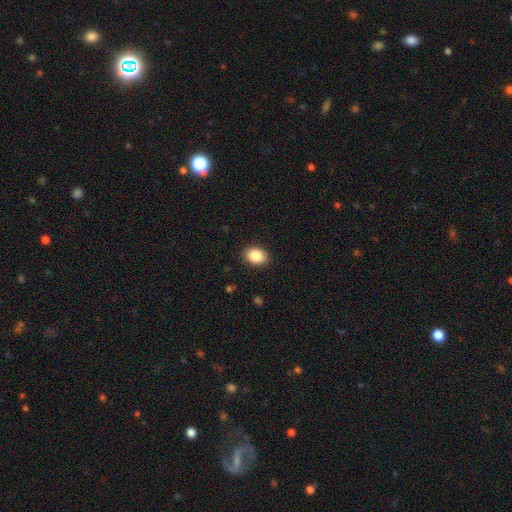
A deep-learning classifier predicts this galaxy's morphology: This appears to be a smooth galaxy with no disk features (88%) that is in between round and cigar-shaped (67%). Merging: none (89%).